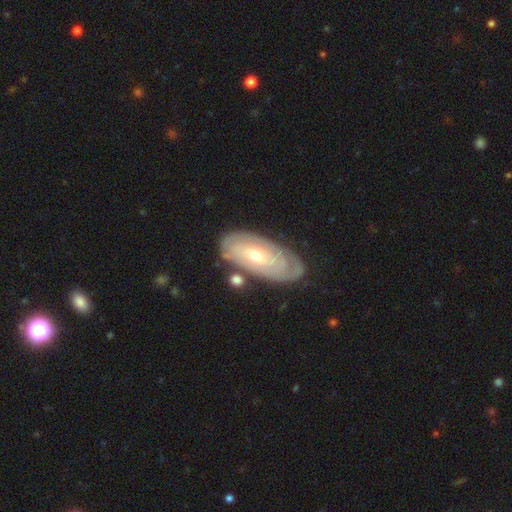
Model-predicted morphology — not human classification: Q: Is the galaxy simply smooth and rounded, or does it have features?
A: featured or disk — 77%.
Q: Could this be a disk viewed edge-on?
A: no — 91%.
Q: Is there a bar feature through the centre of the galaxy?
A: no — 73%.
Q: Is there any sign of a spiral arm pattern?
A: yes — 82%.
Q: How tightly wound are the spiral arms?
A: tight — 83%.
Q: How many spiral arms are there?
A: can't tell — 57%.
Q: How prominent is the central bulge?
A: moderate — 54%.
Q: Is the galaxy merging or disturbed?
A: none — 74%.